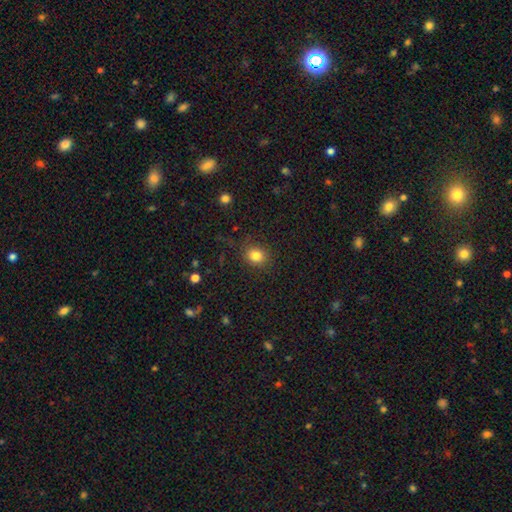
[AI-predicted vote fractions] Smooth or featured?
  - smooth: 82% *
  - star or artifact: 12%
  - featured or disk: 6%
How rounded?
  - round: 66% *
  - in between: 33%
  - cigar-shaped: 1%
Merging?
  - none: 85% *
  - minor disturbance: 10%
  - major disturbance: 4%
  - merger: 1%